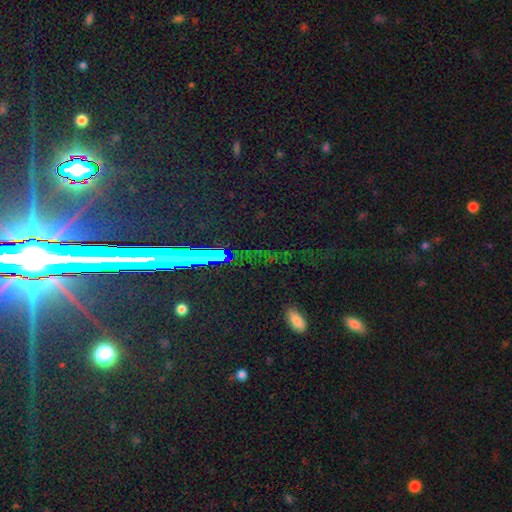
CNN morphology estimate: type=star or artifact (70%).